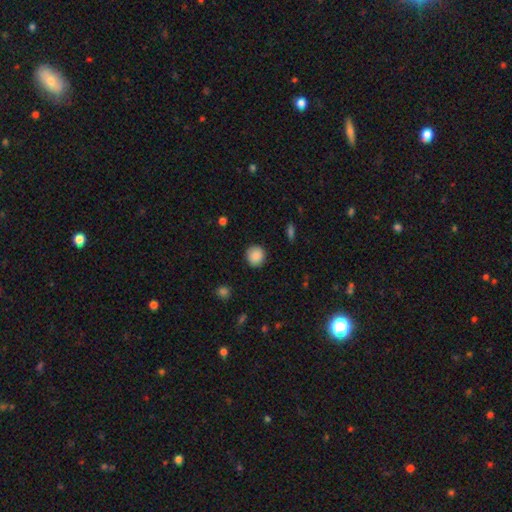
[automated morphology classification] This is clearly a smooth galaxy (88%). How rounded: clearly round (90%). Merging: clearly none (89%).